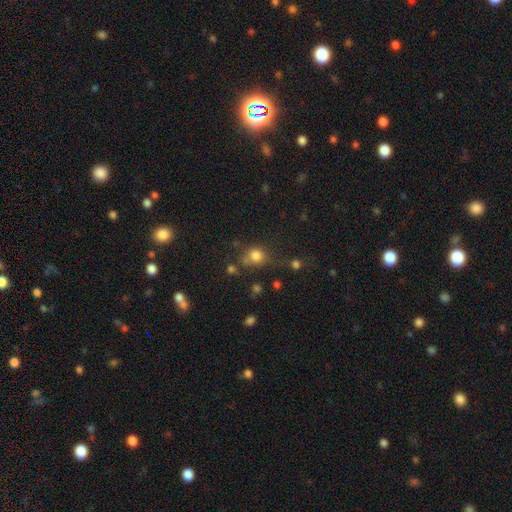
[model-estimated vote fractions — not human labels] Morphology: type=smooth (78%); roundness=round (78%); merging=none (56%).